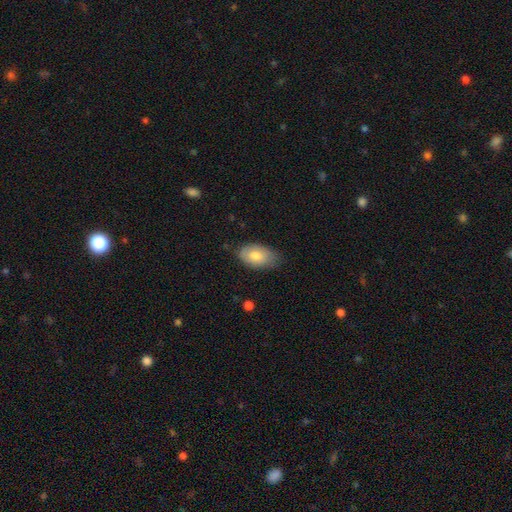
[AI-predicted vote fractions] This appears to be a smooth galaxy with no disk features (76%) that is in between round and cigar-shaped (93%). Merging: none (67%).